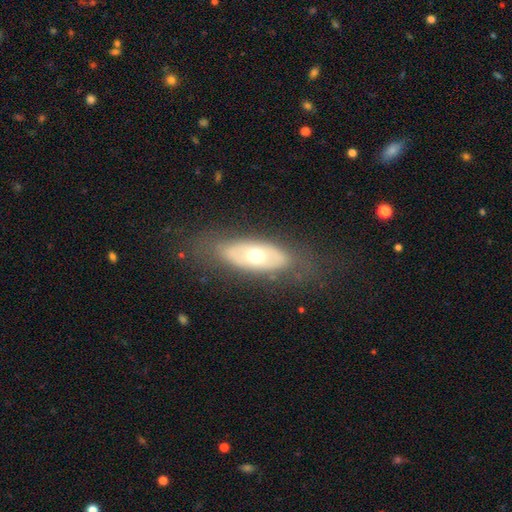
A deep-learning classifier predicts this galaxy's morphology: A featured or disk galaxy (50%). Merging: none (75%).